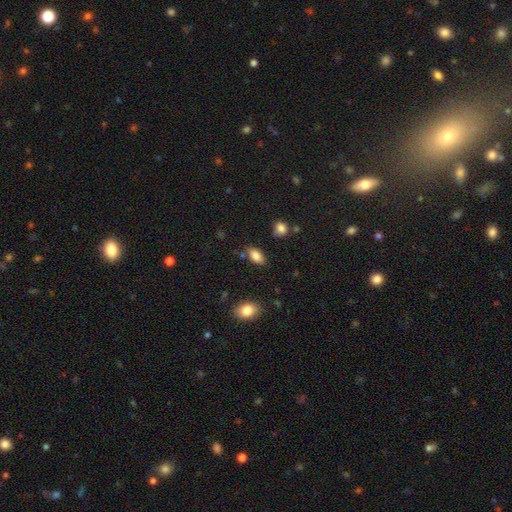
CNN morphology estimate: This is clearly a smooth galaxy (85%). How rounded: clearly in between (91%). Merging: likely none (78%).